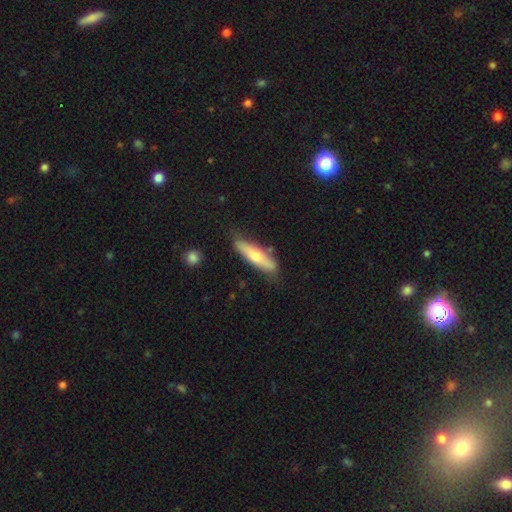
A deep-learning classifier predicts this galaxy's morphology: smooth 60%, featured or disk 35%, star or artifact 5%. Down the decision tree: how rounded — cigar-shaped (72%); merging — none (75%).